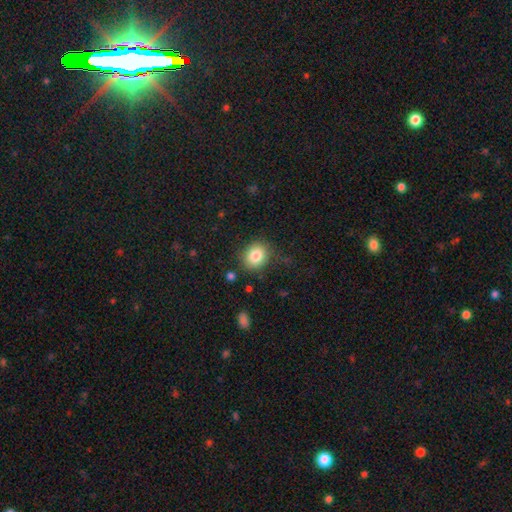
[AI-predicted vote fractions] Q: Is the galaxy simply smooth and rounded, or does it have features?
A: smooth — 83%.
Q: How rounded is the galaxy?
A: round — 66%.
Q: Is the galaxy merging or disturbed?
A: none — 83%.